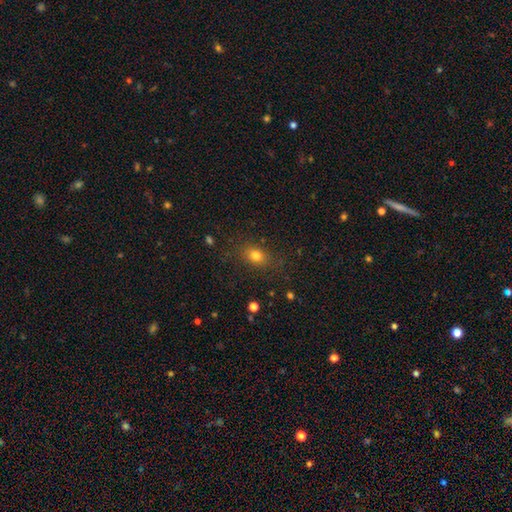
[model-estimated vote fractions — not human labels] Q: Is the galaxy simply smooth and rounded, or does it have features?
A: smooth — 77%.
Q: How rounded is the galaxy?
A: in between — 63%.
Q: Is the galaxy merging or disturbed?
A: none — 81%.